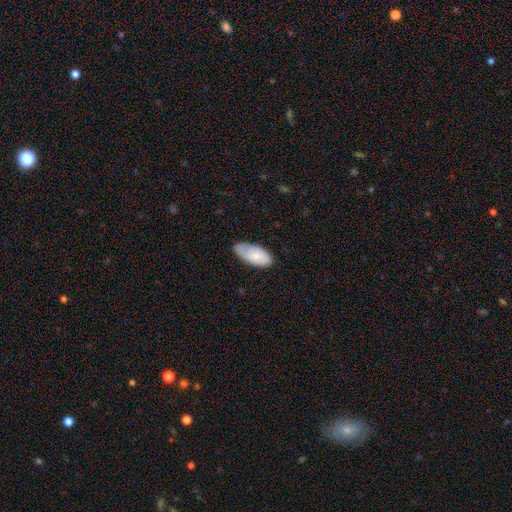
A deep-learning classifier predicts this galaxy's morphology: smooth_or_featured: smooth (p=0.75) [alt: featured or disk p=0.19]
how_rounded: in between (p=0.92) [alt: cigar-shaped p=0.06]
merging: none (p=0.63) [alt: minor disturbance p=0.30]